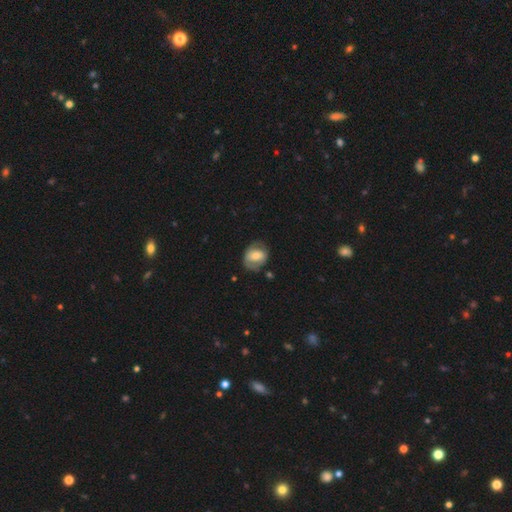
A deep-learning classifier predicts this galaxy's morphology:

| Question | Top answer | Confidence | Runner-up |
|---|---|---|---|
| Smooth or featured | smooth | 48% | featured or disk (45%) |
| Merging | none | 61% | minor disturbance (24%) |